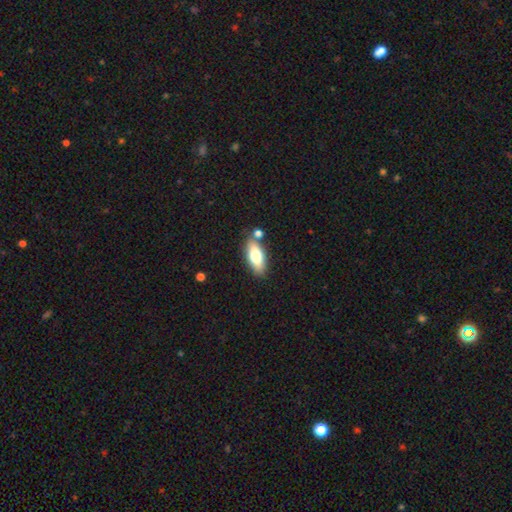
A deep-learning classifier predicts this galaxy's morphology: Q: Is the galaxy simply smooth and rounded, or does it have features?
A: smooth — 71%.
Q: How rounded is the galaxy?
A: in between — 77%.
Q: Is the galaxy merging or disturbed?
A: none — 74%.